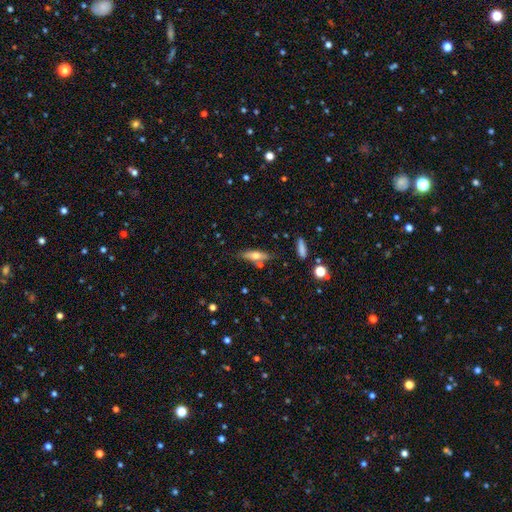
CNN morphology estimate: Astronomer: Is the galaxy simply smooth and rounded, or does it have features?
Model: smooth — 51% (runner-up: featured or disk, 41%).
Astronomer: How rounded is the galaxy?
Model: cigar-shaped — 60% (runner-up: in between, 37%).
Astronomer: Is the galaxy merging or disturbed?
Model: none — 72%.